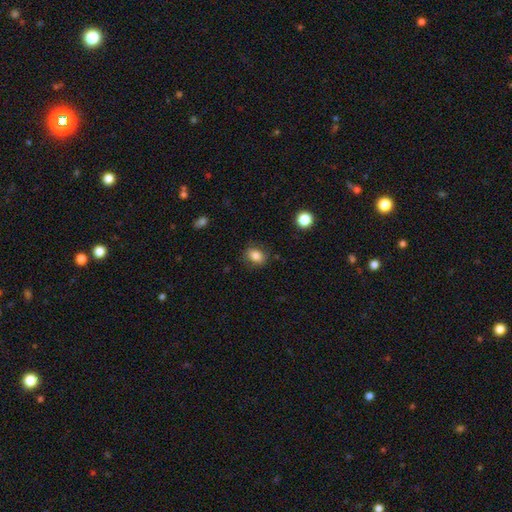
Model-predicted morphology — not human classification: Q: Smooth or featured?
A: smooth (83%); runner-up: star or artifact (10%)
Q: How rounded?
A: in between (60%); runner-up: round (39%)
Q: Merging?
A: none (82%); runner-up: minor disturbance (13%)